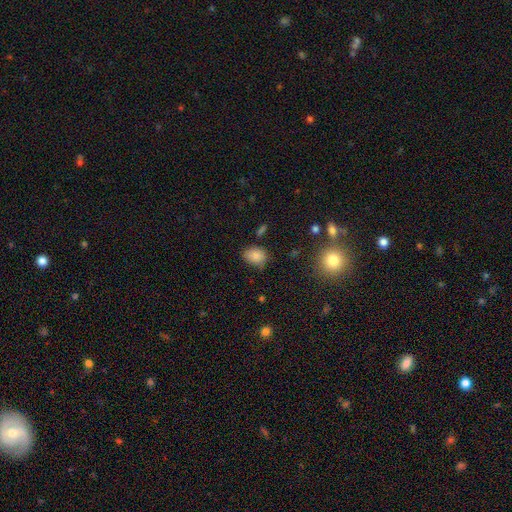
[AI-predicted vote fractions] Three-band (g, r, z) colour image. It shows a smooth galaxy with no disk features (83%) that is in between round and cigar-shaped (65%). Merging: none (65%).